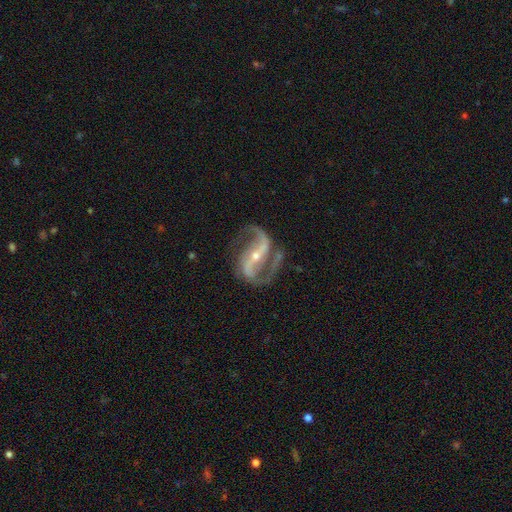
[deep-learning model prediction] smooth_or_featured: featured or disk (p=0.93) [alt: star or artifact p=0.05]
disk_edge_on: no (p=0.97) [alt: yes p=0.03]
bar: strong (p=0.61) [alt: weak p=0.24]
has_spiral_arms: yes (p=0.98) [alt: no p=0.02]
spiral_winding: medium (p=0.51) [alt: loose p=0.37]
spiral_arm_count: 2 (p=0.93) [alt: 3 p=0.02]
bulge_size: small (p=0.65) [alt: moderate p=0.32]
merging: none (p=0.73) [alt: minor disturbance p=0.15]